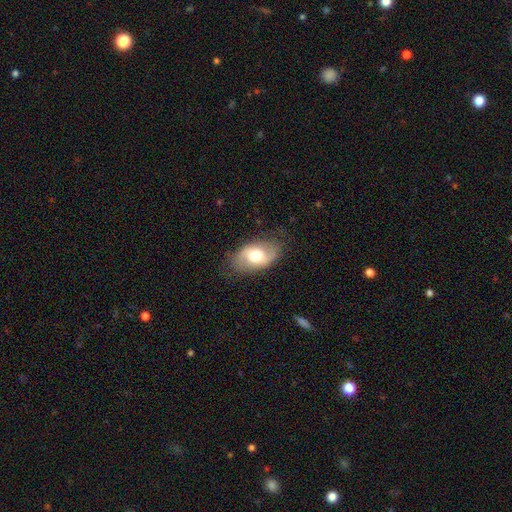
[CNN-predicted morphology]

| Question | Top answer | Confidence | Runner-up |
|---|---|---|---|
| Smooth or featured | smooth | 55% | featured or disk (39%) |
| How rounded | in between | 92% | round (7%) |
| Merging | none | 74% | minor disturbance (18%) |